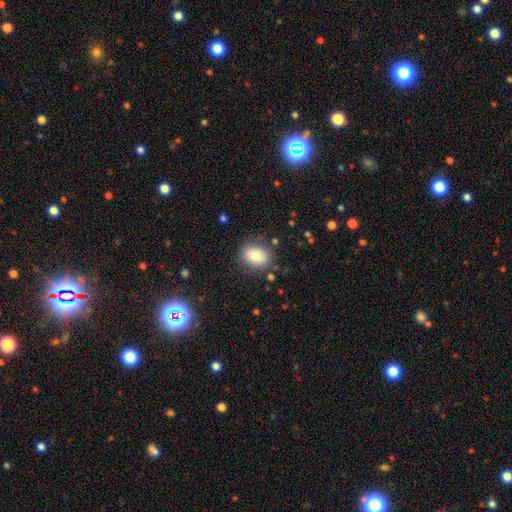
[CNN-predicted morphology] This appears to be a smooth galaxy with no disk features (80%) that is in between round and cigar-shaped (54%). Merging: none (83%).